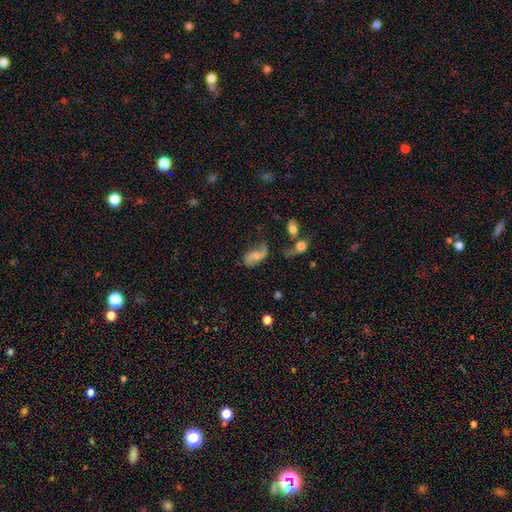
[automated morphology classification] Overall: featured or disk (59%; smooth 33%). Edge-on disk: no (96%). Bar: no (58%; weak 34%). Spiral arms: yes (86%). Bulge size: small (42%; moderate 34%). Merging: none (39%; major disturbance 27%).